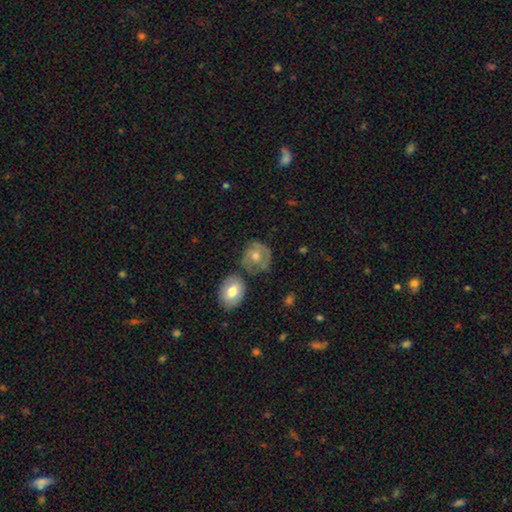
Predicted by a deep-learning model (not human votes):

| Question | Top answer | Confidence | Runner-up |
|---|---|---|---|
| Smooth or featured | smooth | 47% | featured or disk (44%) |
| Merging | none | 56% | minor disturbance (21%) |